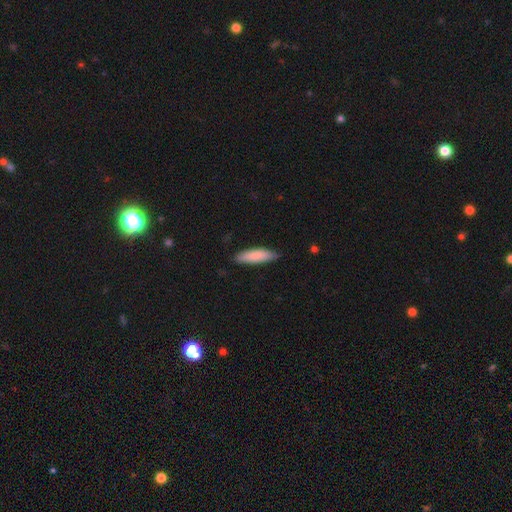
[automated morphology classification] This is clearly a smooth galaxy (86%). How rounded: likely cigar-shaped (66%). Merging: clearly none (82%).